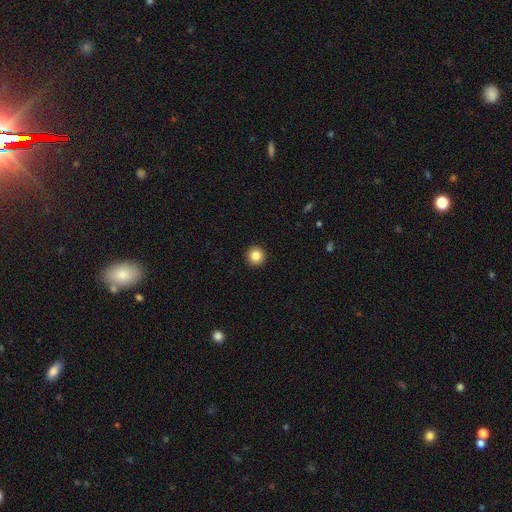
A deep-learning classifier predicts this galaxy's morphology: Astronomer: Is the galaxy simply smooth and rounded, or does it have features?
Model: smooth — 84%.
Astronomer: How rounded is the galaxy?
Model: round — 96%.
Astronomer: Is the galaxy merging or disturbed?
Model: none — 94%.